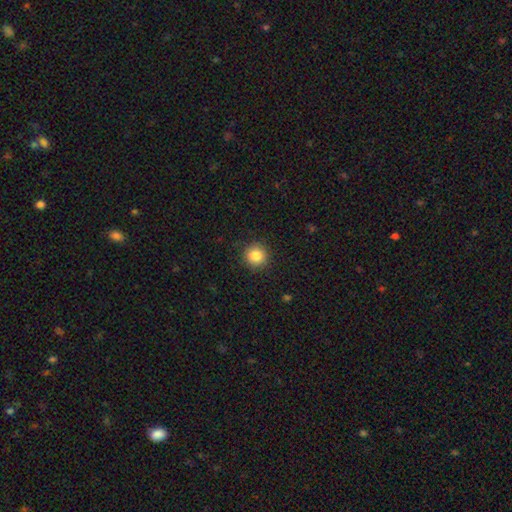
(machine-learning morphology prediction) The model was most divided on "smooth or featured": smooth: 84%, star or artifact: 10%, featured or disk: 5%. More confident: how rounded — round (94%); merging — none (90%).